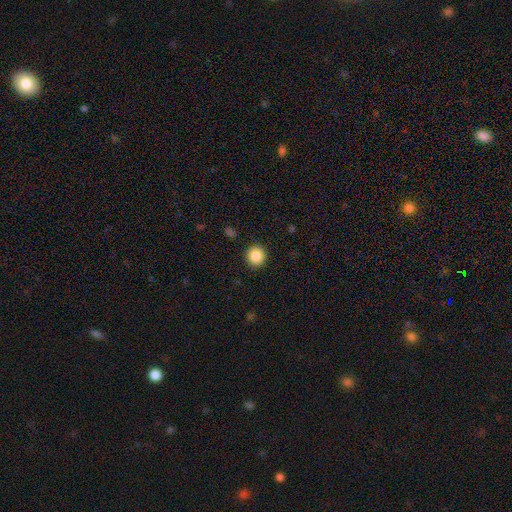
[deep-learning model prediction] smooth 86%, star or artifact 9%, featured or disk 4%. Down the decision tree: how rounded — round (93%); merging — none (92%).